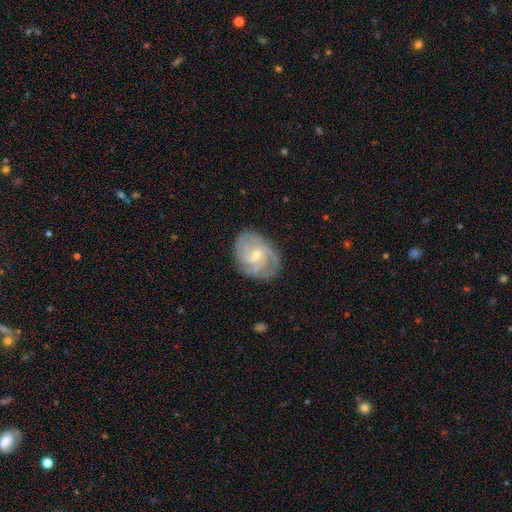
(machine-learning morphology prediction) This appears to be a featured or disk galaxy (86%) with no bar (55%), 3 (39%) tight (57%) spiral arms (97%) and a small central bulge (62%). Merging: none (78%).